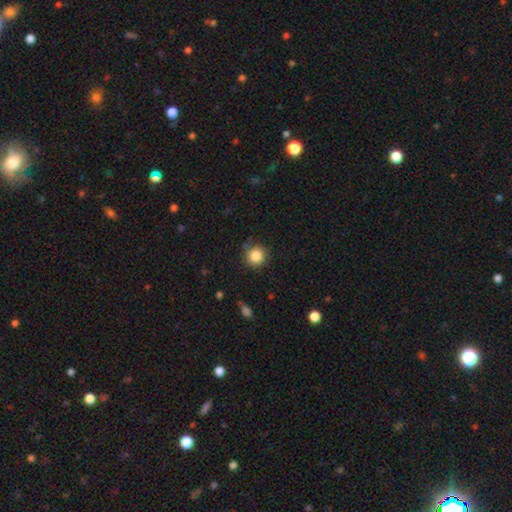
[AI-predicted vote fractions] smooth 85%, star or artifact 10%, featured or disk 5%. Down the decision tree: how rounded — round (94%); merging — none (85%).